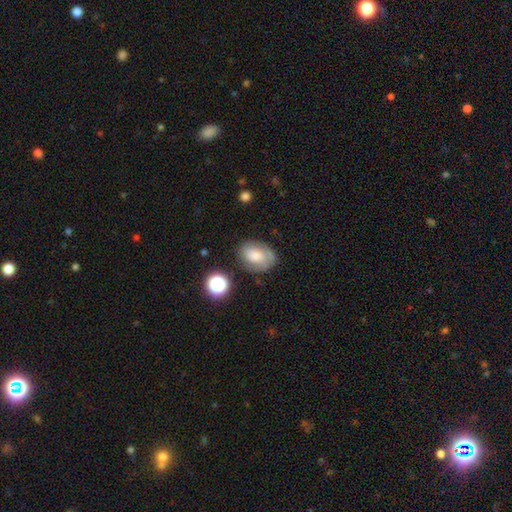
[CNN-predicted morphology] This appears to be a smooth galaxy with no disk features (66%) that is in between round and cigar-shaped (77%). Merging: none (68%).